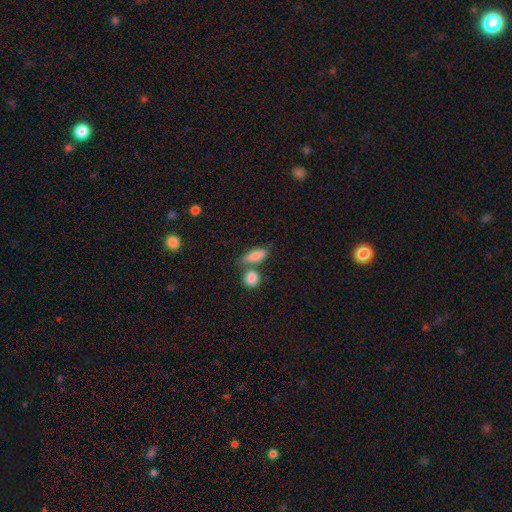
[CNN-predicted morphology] smooth_or_featured: smooth (p=0.84) [alt: featured or disk p=0.08]
how_rounded: in between (p=0.73) [alt: cigar-shaped p=0.20]
merging: none (p=0.53) [alt: merger p=0.28]